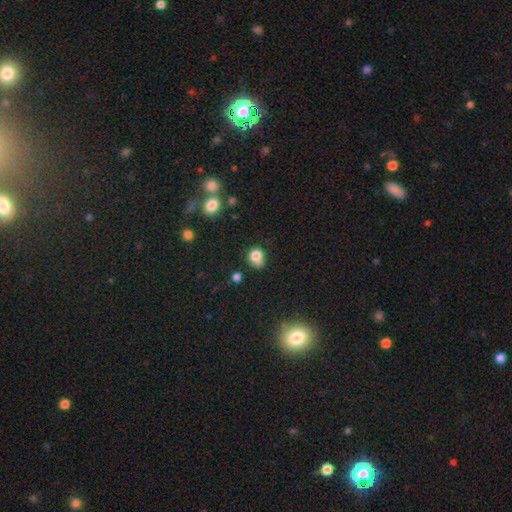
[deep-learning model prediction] Smooth or featured? Predicted: smooth (p=0.80). How rounded? Predicted: round (p=0.53). Merging? Predicted: none (p=0.52).